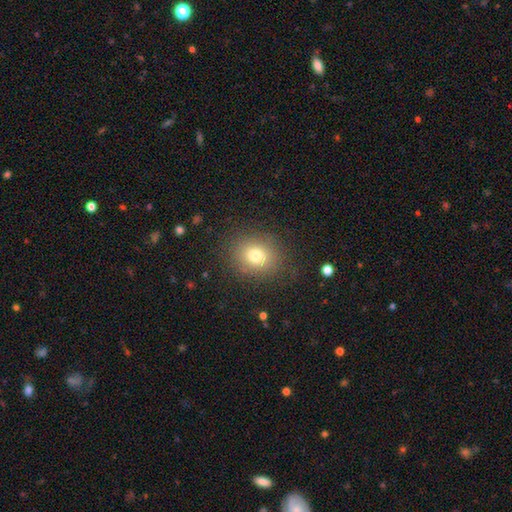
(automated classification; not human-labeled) Q: Smooth or featured?
A: smooth (77%); runner-up: star or artifact (13%)
Q: How rounded?
A: round (65%); runner-up: in between (34%)
Q: Merging?
A: none (84%); runner-up: minor disturbance (10%)